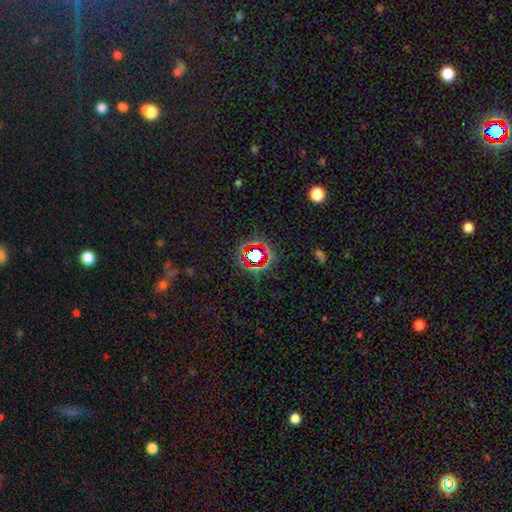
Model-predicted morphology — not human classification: smooth-or-featured: star or artifact: 72% | smooth: 18% | featured or disk: 11%